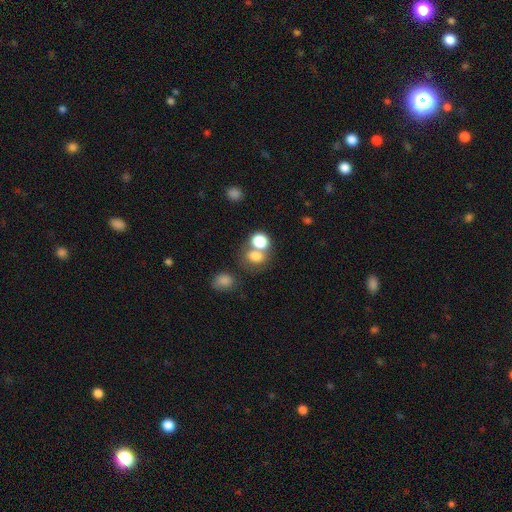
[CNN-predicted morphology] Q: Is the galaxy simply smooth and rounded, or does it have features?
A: smooth — 75%.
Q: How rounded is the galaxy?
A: round — 56%.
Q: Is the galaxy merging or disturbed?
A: merger — 43%.